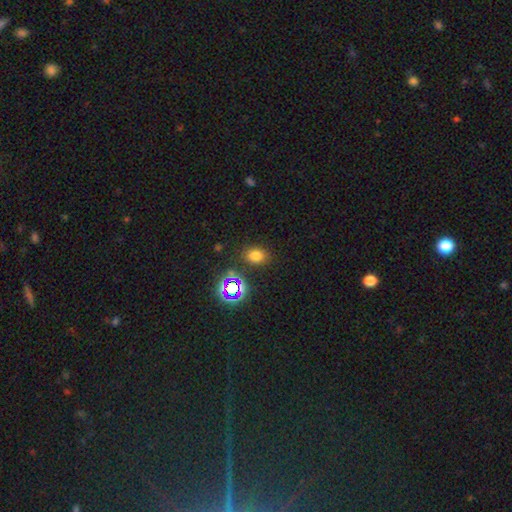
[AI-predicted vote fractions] smooth-or-featured: smooth: 70% | star or artifact: 23% | featured or disk: 7%
  how-rounded: in between: 64% | round: 35% | cigar-shaped: 1%
  merging: none: 83% | minor disturbance: 10% | major disturbance: 4% | merger: 3%